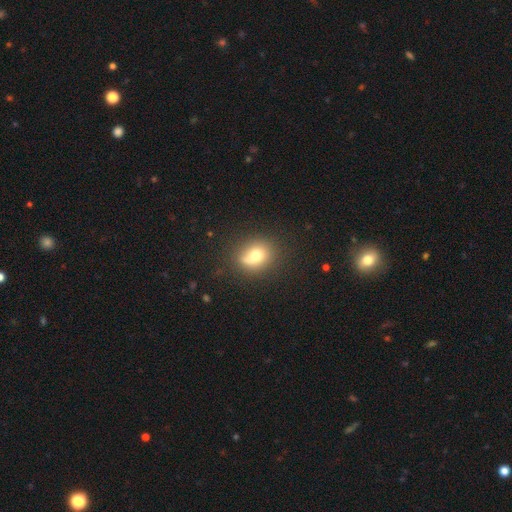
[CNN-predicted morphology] The model was most divided on "how rounded": round: 60%, in between: 39%, cigar-shaped: 1%. More confident: smooth or featured — smooth (69%); merging — none (65%).